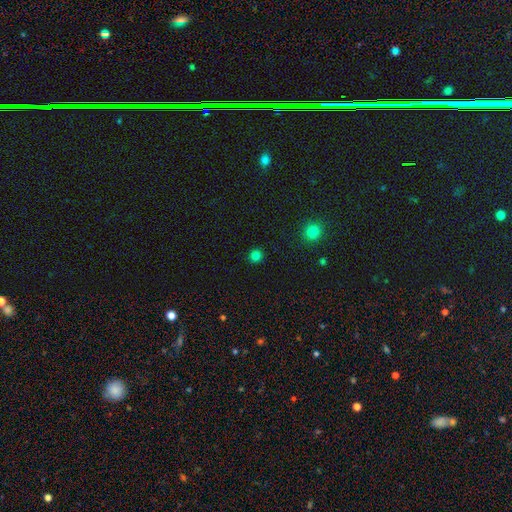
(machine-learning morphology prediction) type=smooth (79%); roundness=round (94%); merging=none (91%).